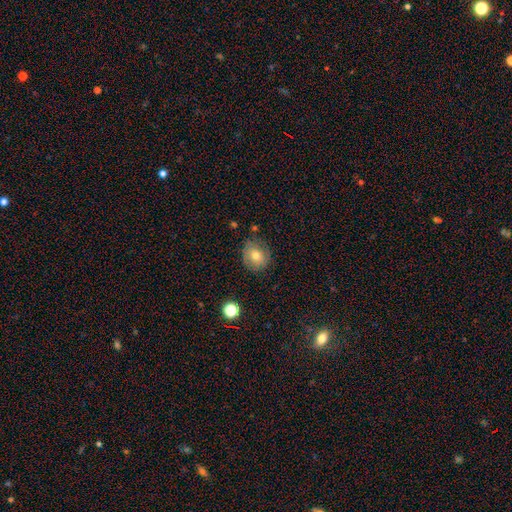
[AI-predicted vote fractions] Morphology: type=smooth (73%); roundness=round (79%); merging=none (76%).